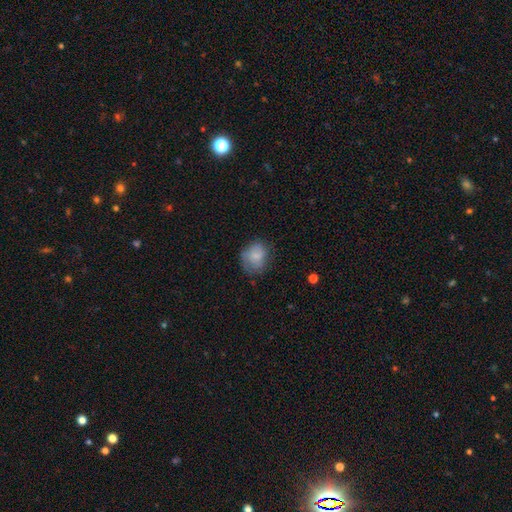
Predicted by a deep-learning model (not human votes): Morphology: type=smooth (77%); roundness=round (61%); merging=none (57%).